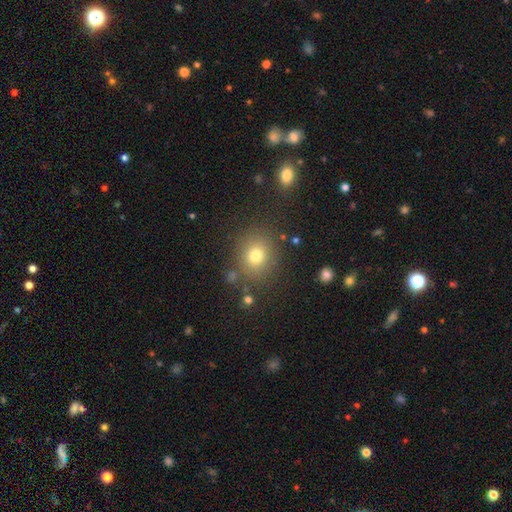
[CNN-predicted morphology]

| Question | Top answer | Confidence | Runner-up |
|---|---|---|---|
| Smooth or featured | smooth | 75% | star or artifact (15%) |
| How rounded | round | 75% | in between (24%) |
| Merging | none | 82% | minor disturbance (10%) |